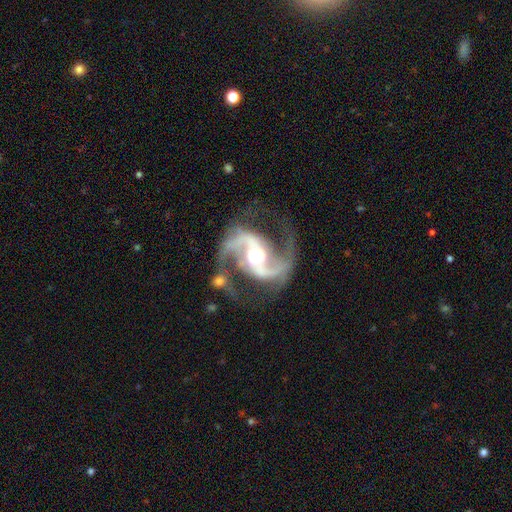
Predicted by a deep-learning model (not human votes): smooth-or-featured: featured or disk: 93% | star or artifact: 5% | smooth: 2%
  disk-edge-on: no: 98% | yes: 2%
    bar: strong: 44% | weak: 33% | no: 23%
    has-spiral-arms: yes: 98% | no: 2%
      spiral-winding: medium: 62% | loose: 27% | tight: 12%
      spiral-arm-count: 2: 94% | 3: 2% | can't tell: 1% | 1: 1% | 4: 1% | more than 4: 1%
    bulge-size: moderate: 68% | small: 16% | large: 14% | dominant: 1% | none: 1%
  merging: none: 71% | minor disturbance: 15% | major disturbance: 10% | merger: 4%